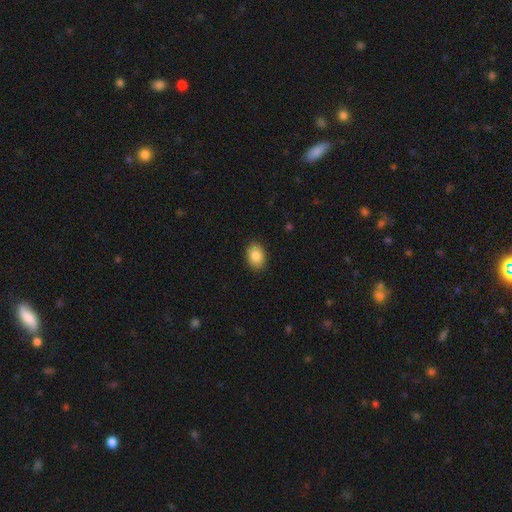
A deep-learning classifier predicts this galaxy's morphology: Q: Smooth or featured?
A: smooth (86%); runner-up: star or artifact (7%)
Q: How rounded?
A: in between (79%); runner-up: round (20%)
Q: Merging?
A: none (89%); runner-up: minor disturbance (8%)